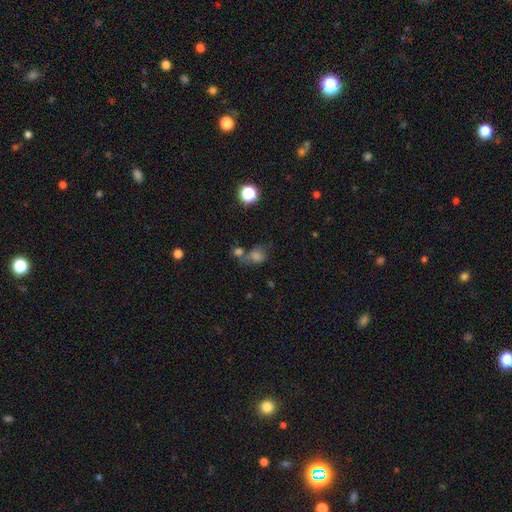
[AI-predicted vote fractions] Smooth or featured?
  - smooth: 58% *
  - star or artifact: 27%
  - featured or disk: 15%
How rounded?
  - round: 59% *
  - in between: 40%
  - cigar-shaped: 2%
Merging?
  - none: 41% *
  - merger: 33%
  - minor disturbance: 15%
  - major disturbance: 12%